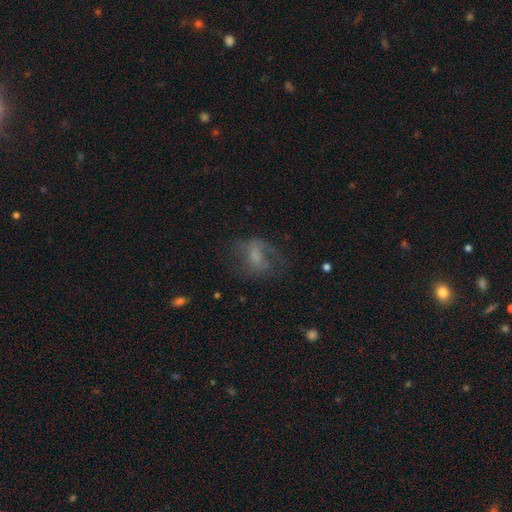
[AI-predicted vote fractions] Smooth or featured?
  - featured or disk: 47% *
  - smooth: 40%
  - star or artifact: 13%
Merging?
  - none: 43% *
  - major disturbance: 33%
  - minor disturbance: 21%
  - merger: 2%